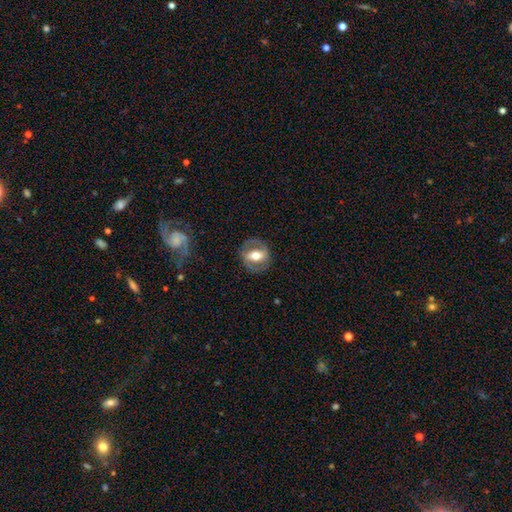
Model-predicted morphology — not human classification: Smooth or featured? Predicted: featured or disk (p=0.66). Edge-on disk? Predicted: no (p=0.92). Bar? Predicted: strong (p=0.50). Spiral arms? Predicted: yes (p=0.59). Bulge size? Predicted: moderate (p=0.68). Merging? Predicted: none (p=0.80).